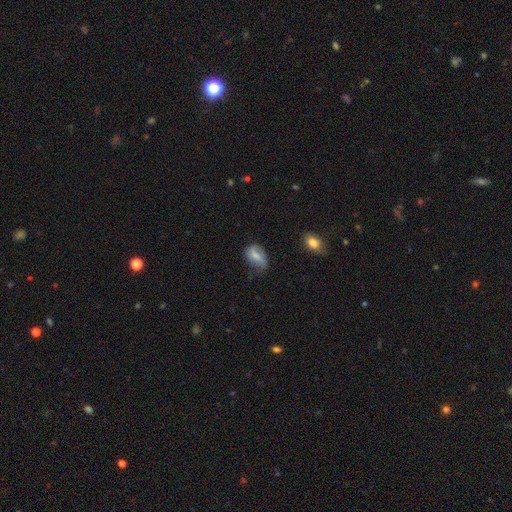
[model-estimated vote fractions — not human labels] A smooth galaxy with no disk features (63%) that is in between round and cigar-shaped (84%).

Vote fractions:
- Smooth or featured? smooth: 63% / featured or disk: 28% / star or artifact: 8%
- How rounded? in between: 84% / round: 13% / cigar-shaped: 4%
- Merging? none: 47% / minor disturbance: 37% / major disturbance: 14% / merger: 2%